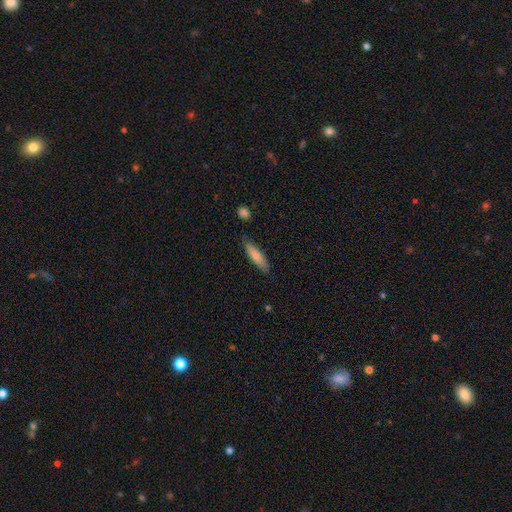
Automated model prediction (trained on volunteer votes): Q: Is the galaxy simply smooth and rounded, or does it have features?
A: smooth — 80%.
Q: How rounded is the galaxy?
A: cigar-shaped — 76%.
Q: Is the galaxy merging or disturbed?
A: none — 83%.